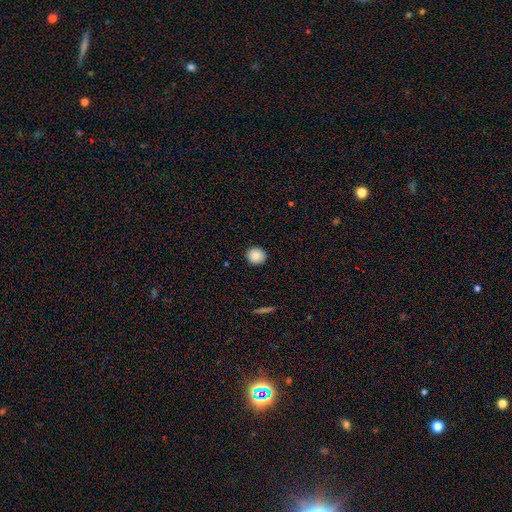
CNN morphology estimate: Smooth or featured?
  - smooth: 88% *
  - star or artifact: 8%
  - featured or disk: 4%
How rounded?
  - round: 90% *
  - in between: 9%
  - cigar-shaped: 1%
Merging?
  - none: 92% *
  - minor disturbance: 5%
  - major disturbance: 2%
  - merger: 1%